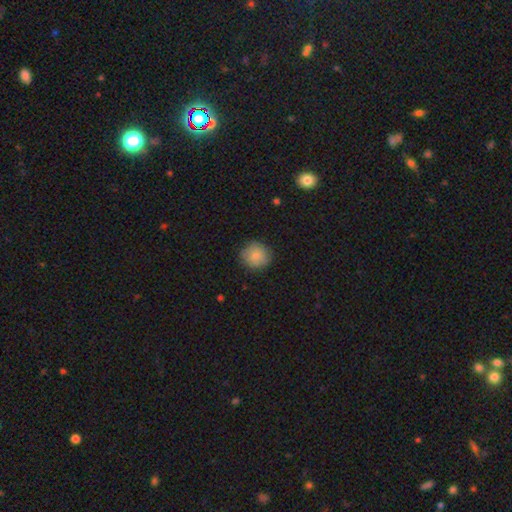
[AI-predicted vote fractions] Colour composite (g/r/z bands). It shows a smooth galaxy with no disk features (81%) that is round (88%). Merging: none (82%).